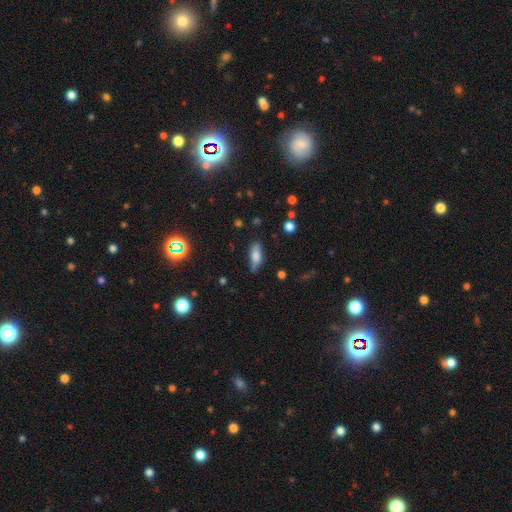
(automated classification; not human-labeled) Smooth or featured?
  - smooth: 67% *
  - featured or disk: 24%
  - star or artifact: 9%
How rounded?
  - in between: 65% *
  - cigar-shaped: 32%
  - round: 3%
Merging?
  - none: 69% *
  - minor disturbance: 23%
  - major disturbance: 5%
  - merger: 2%